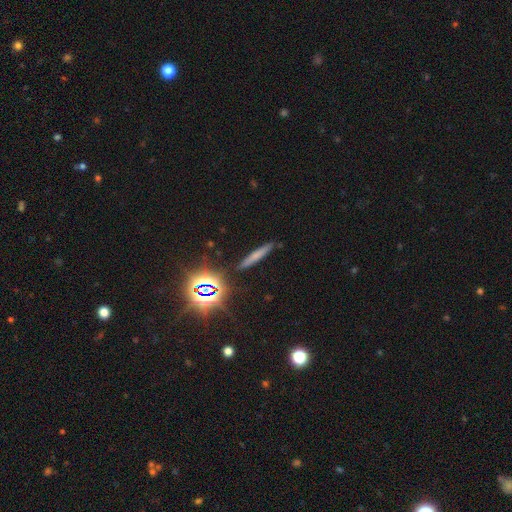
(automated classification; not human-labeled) smooth-or-featured: smooth: 56% | featured or disk: 25% | star or artifact: 19%
  how-rounded: cigar-shaped: 91% | in between: 5% | round: 4%
  merging: none: 87% | minor disturbance: 8% | merger: 2% | major disturbance: 2%